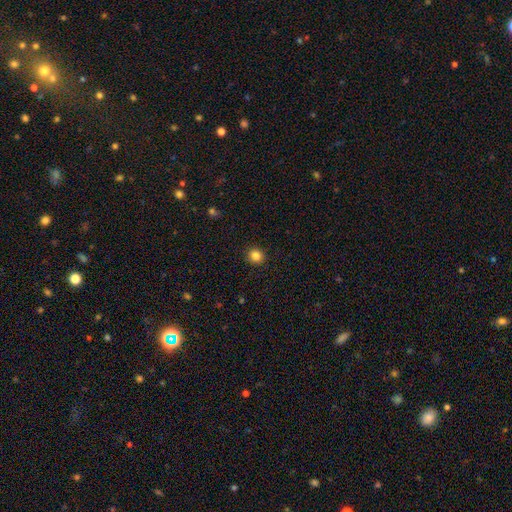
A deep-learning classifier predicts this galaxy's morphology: type=smooth (84%); roundness=round (89%); merging=none (92%).